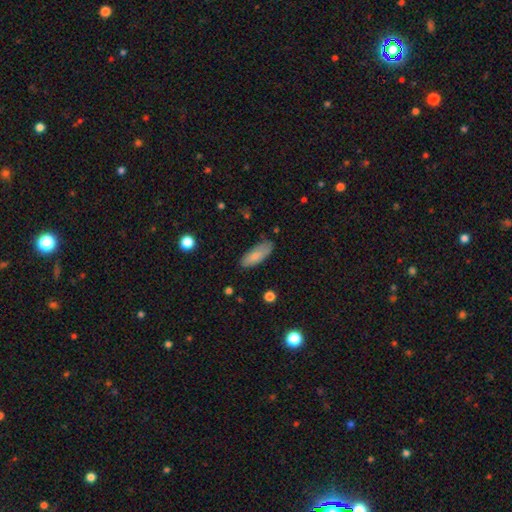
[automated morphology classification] This is clearly a smooth galaxy (82%). How rounded: likely in between (72%). Merging: likely none (79%).